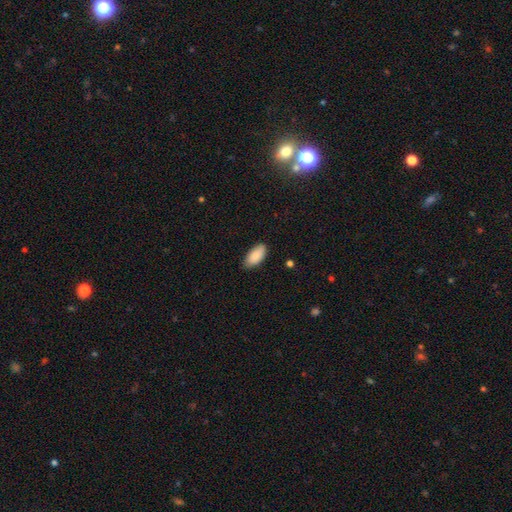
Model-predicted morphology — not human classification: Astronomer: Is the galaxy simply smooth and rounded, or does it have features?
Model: smooth — 87%.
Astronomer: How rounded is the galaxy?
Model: in between — 94%.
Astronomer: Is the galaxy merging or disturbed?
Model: none — 79%.